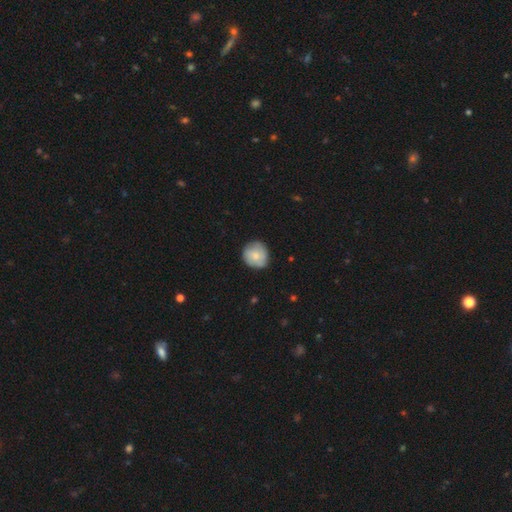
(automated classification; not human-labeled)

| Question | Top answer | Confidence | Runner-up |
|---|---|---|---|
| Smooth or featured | smooth | 74% | featured or disk (20%) |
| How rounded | round | 89% | in between (10%) |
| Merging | none | 80% | minor disturbance (16%) |